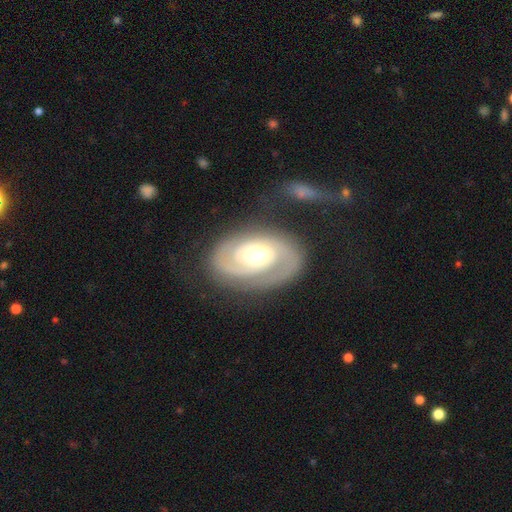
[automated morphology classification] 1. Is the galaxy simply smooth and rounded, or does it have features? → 88% featured or disk, 8% smooth, 4% star or artifact.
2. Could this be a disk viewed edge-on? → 97% no, 3% yes.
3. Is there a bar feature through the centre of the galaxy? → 67% no, 25% weak, 8% strong.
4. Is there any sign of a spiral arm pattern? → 95% yes, 5% no.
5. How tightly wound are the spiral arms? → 67% tight, 26% medium, 7% loose.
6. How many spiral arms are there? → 77% 2, 8% can't tell, 8% 1, 4% 3, 2% 4, 2% more than 4.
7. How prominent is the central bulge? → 70% moderate, 14% large, 13% small, 2% dominant, 1% none.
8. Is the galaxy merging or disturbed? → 73% none, 15% minor disturbance, 8% major disturbance, 3% merger.